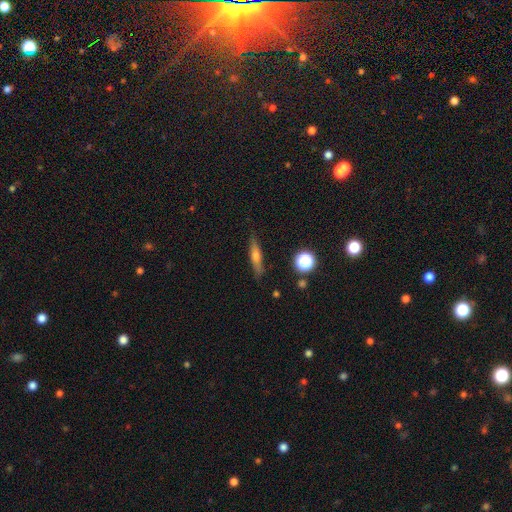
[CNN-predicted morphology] A smooth galaxy with no disk features (49%).

Vote fractions:
- Smooth or featured? smooth: 49% / featured or disk: 42% / star or artifact: 10%
- Merging? none: 86% / minor disturbance: 11% / major disturbance: 2% / merger: 2%